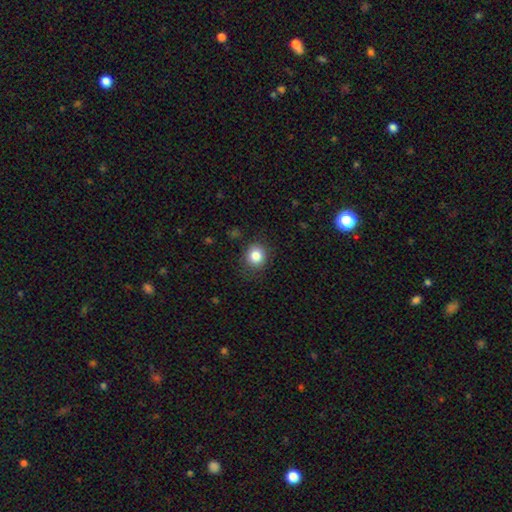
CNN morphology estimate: Smooth or featured?
  - smooth: 83% *
  - star or artifact: 10%
  - featured or disk: 6%
How rounded?
  - round: 80% *
  - in between: 19%
  - cigar-shaped: 1%
Merging?
  - none: 83% *
  - minor disturbance: 12%
  - major disturbance: 4%
  - merger: 1%